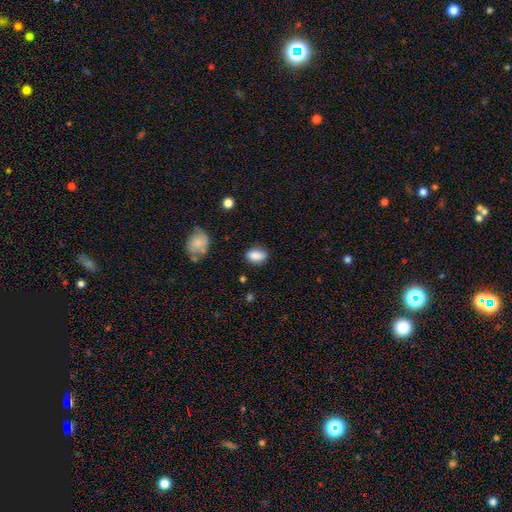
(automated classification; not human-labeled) Smooth or featured: smooth — 86% (star or artifact — 7%)
How rounded: in between — 83% (round — 14%)
Merging: none — 78% (minor disturbance — 16%)